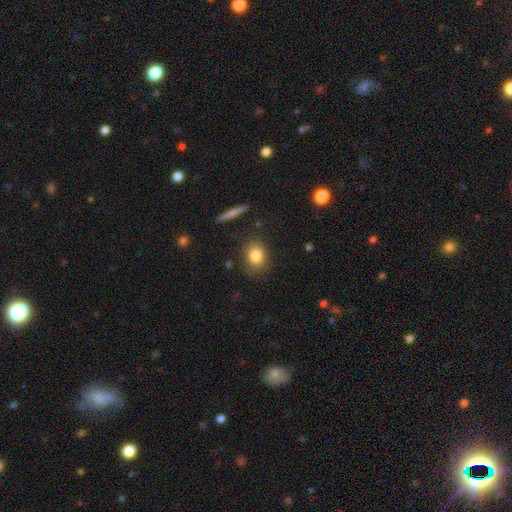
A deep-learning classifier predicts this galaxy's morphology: Q: Smooth or featured?
A: smooth (82%); runner-up: star or artifact (9%)
Q: How rounded?
A: in between (52%); runner-up: round (46%)
Q: Merging?
A: none (84%); runner-up: minor disturbance (11%)